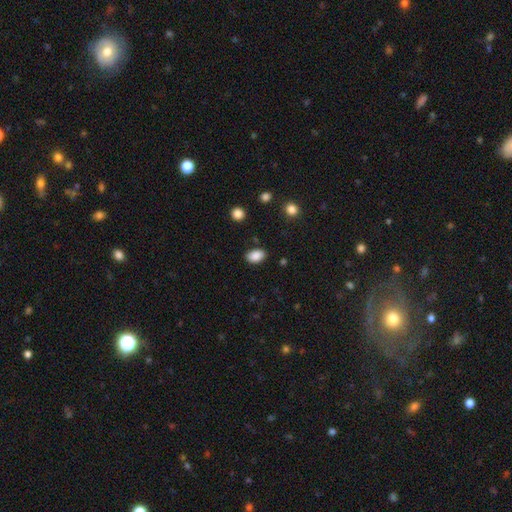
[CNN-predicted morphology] Overall: smooth (88%). How rounded: in between (87%). Merging: none (84%).